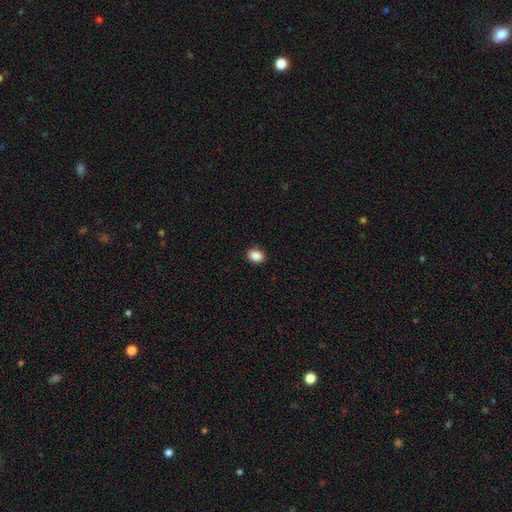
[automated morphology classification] The model was most divided on "how rounded": in between: 59%, round: 40%, cigar-shaped: 1%. More confident: merging — none (91%); smooth or featured — smooth (88%).